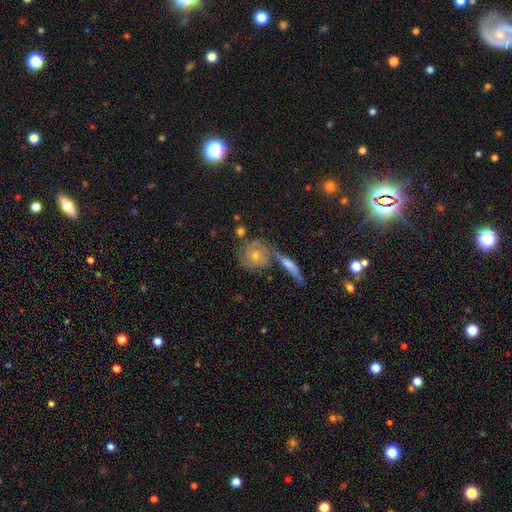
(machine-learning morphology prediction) Smooth or featured? featured or disk (64%)
Edge-on disk? no (86%)
Bar? no (76%)
Spiral arms? yes (83%)
Bulge size? small (48%)
Merging? none (61%)